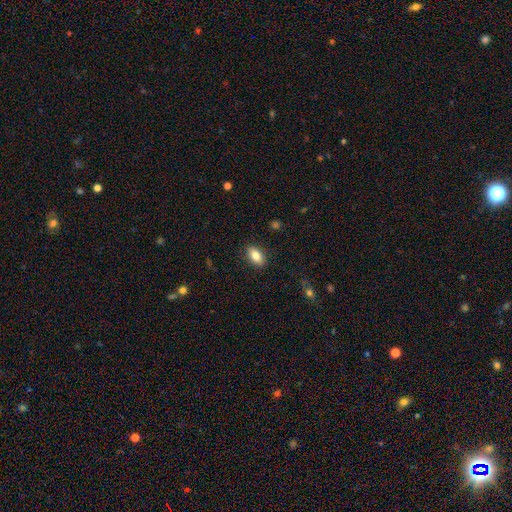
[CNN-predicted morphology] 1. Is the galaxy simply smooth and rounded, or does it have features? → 82% smooth, 10% featured or disk, 8% star or artifact.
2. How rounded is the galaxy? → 90% in between, 6% round, 4% cigar-shaped.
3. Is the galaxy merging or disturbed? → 88% none, 9% minor disturbance, 2% major disturbance, 1% merger.